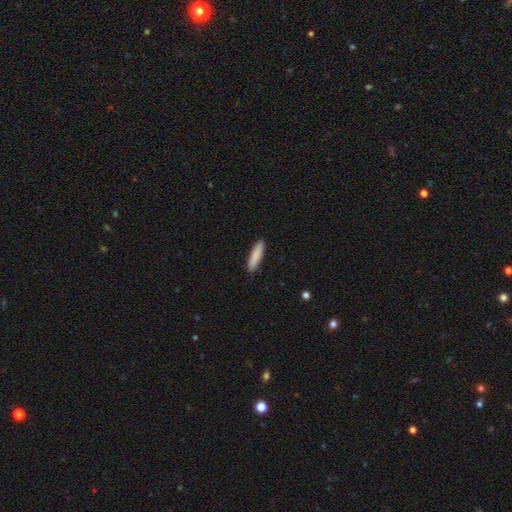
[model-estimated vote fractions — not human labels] A smooth galaxy with no disk features (87%) that is cigar-shaped (79%). Merging: none (90%).